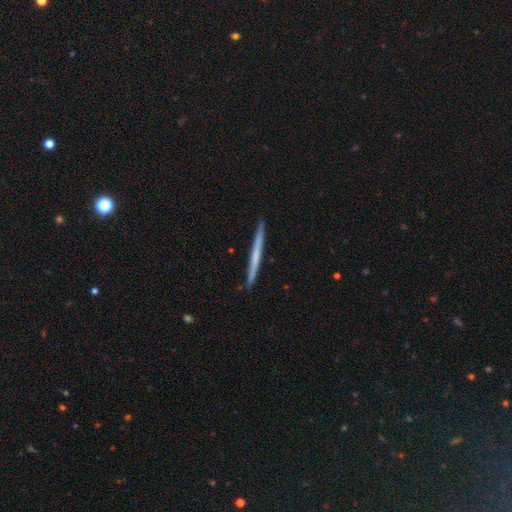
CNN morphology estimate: This appears to be a smooth galaxy with no disk features (50%) that is cigar-shaped (97%). Merging: none (91%).